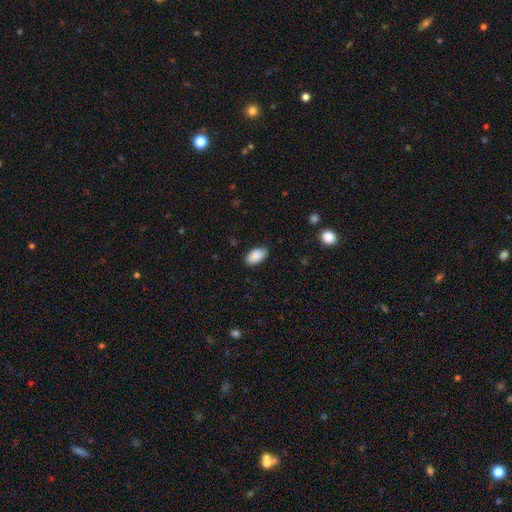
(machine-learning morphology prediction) Smooth or featured: smooth — 89% (star or artifact — 7%)
How rounded: in between — 95% (round — 3%)
Merging: none — 85% (minor disturbance — 12%)